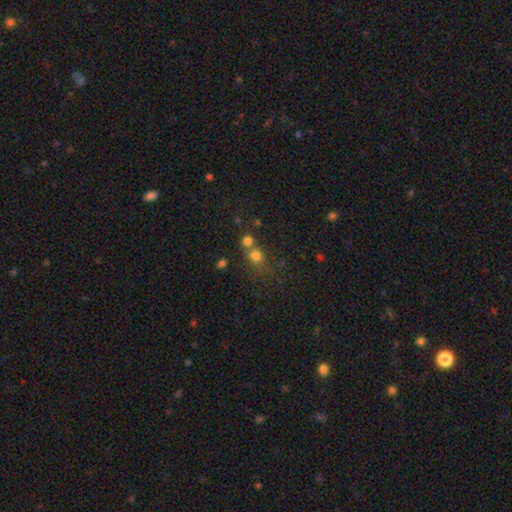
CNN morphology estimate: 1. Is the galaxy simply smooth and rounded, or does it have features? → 73% smooth, 17% star or artifact, 10% featured or disk.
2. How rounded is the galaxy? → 81% round, 17% in between, 1% cigar-shaped.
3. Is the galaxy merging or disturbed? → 45% none, 43% merger, 8% minor disturbance, 4% major disturbance.